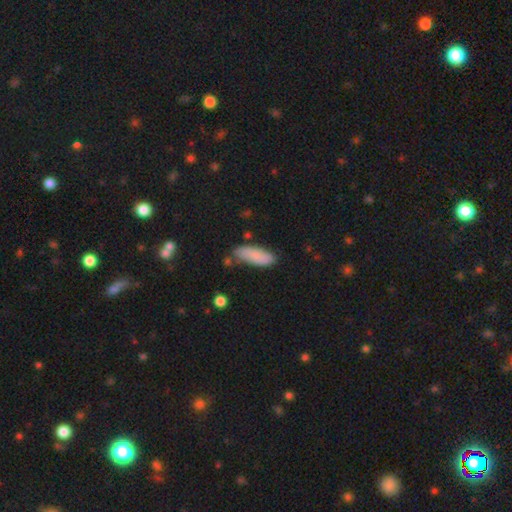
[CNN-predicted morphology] A smooth galaxy with no disk features (81%) that is in between round and cigar-shaped (63%).

Vote fractions:
- Smooth or featured? smooth: 81% / featured or disk: 13% / star or artifact: 6%
- How rounded? in between: 63% / cigar-shaped: 36% / round: 2%
- Merging? none: 72% / minor disturbance: 20% / merger: 5% / major disturbance: 4%